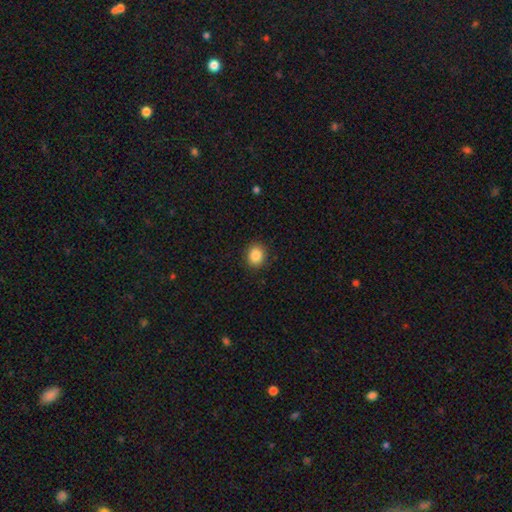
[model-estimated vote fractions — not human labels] A smooth galaxy with no disk features (86%) that is round (71%).

Vote fractions:
- Smooth or featured? smooth: 86% / star or artifact: 9% / featured or disk: 4%
- How rounded? round: 71% / in between: 28% / cigar-shaped: 1%
- Merging? none: 90% / minor disturbance: 7% / major disturbance: 2% / merger: 1%